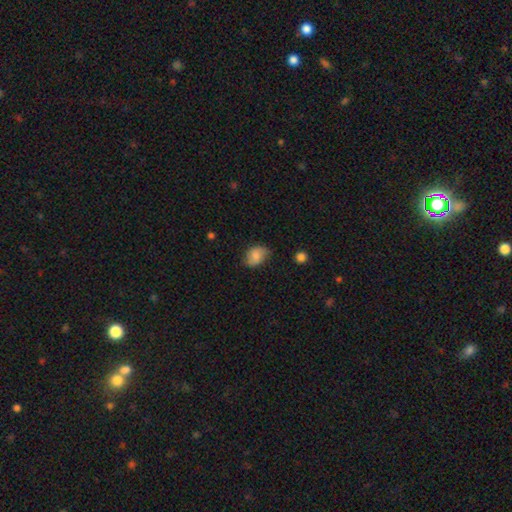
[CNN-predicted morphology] smooth_or_featured: smooth (p=0.73) [alt: featured or disk p=0.19]
how_rounded: in between (p=0.72) [alt: round p=0.27]
merging: none (p=0.66) [alt: minor disturbance p=0.26]